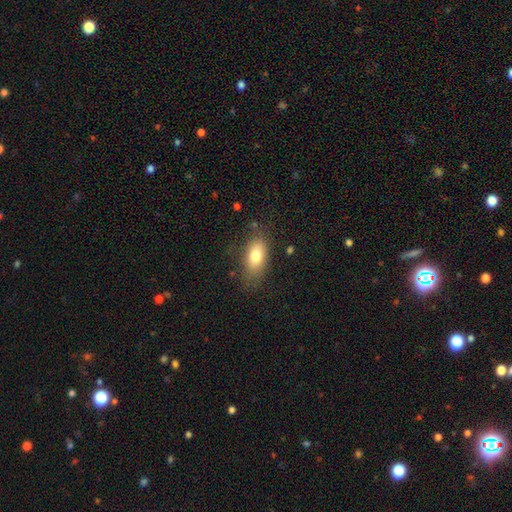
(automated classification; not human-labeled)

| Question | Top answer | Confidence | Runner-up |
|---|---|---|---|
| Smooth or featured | smooth | 77% | featured or disk (15%) |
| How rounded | in between | 86% | round (7%) |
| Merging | none | 74% | minor disturbance (18%) |